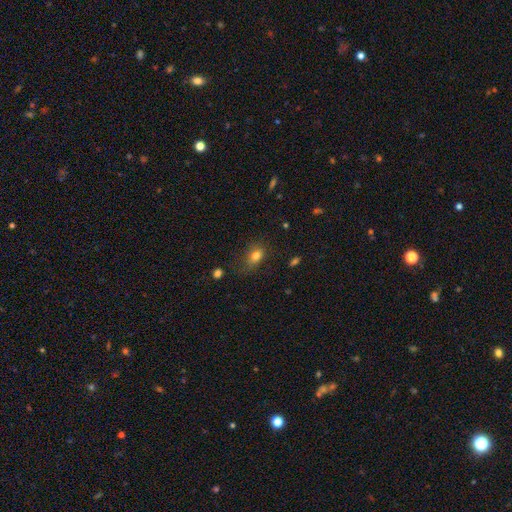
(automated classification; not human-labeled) This is likely a smooth galaxy (79%). How rounded: likely in between (75%). Merging: likely none (65%).